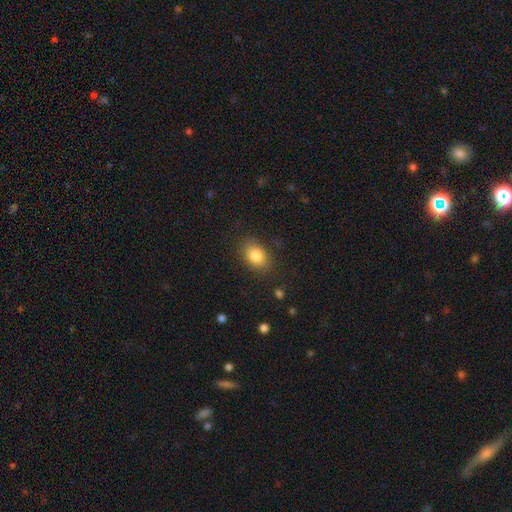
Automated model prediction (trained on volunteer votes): smooth-or-featured: smooth: 83% | star or artifact: 9% | featured or disk: 8%
  how-rounded: in between: 75% | round: 24% | cigar-shaped: 1%
  merging: none: 82% | minor disturbance: 12% | major disturbance: 4% | merger: 1%